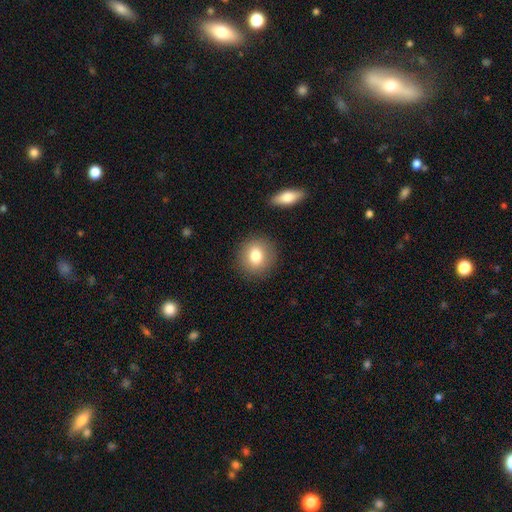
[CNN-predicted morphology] Smooth or featured: smooth — 78% (featured or disk — 12%)
How rounded: round — 84% (in between — 15%)
Merging: none — 88% (minor disturbance — 8%)